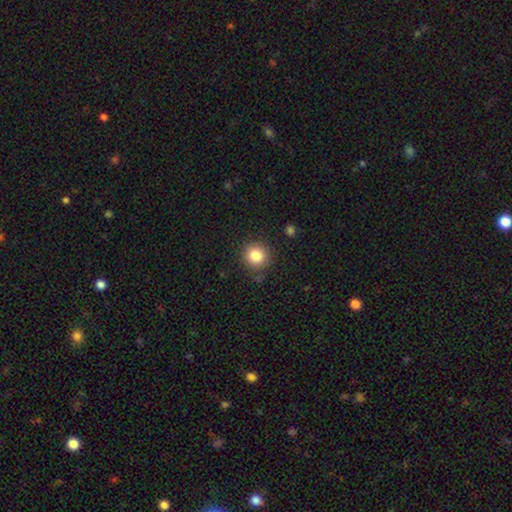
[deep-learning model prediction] Overall: smooth (83%). How rounded: round (92%). Merging: none (87%).